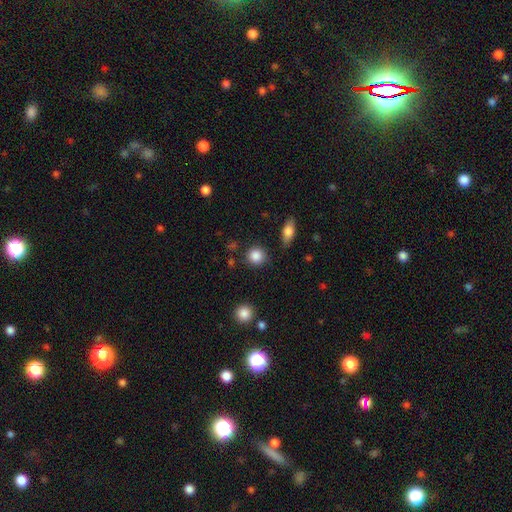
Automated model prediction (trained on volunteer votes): Smooth or featured? Predicted: smooth (p=0.86). How rounded? Predicted: round (p=0.89). Merging? Predicted: none (p=0.84).